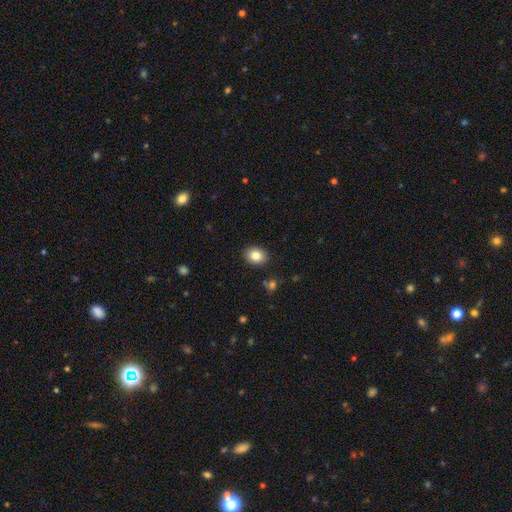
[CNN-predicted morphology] Smooth or featured?
  - smooth: 84% *
  - star or artifact: 9%
  - featured or disk: 7%
How rounded?
  - in between: 56% *
  - round: 43%
  - cigar-shaped: 1%
Merging?
  - none: 89% *
  - minor disturbance: 8%
  - major disturbance: 2%
  - merger: 1%